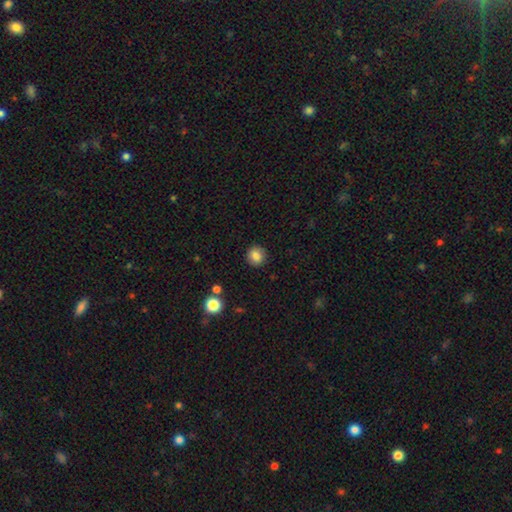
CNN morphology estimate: type=smooth (85%); roundness=round (91%); merging=none (91%).